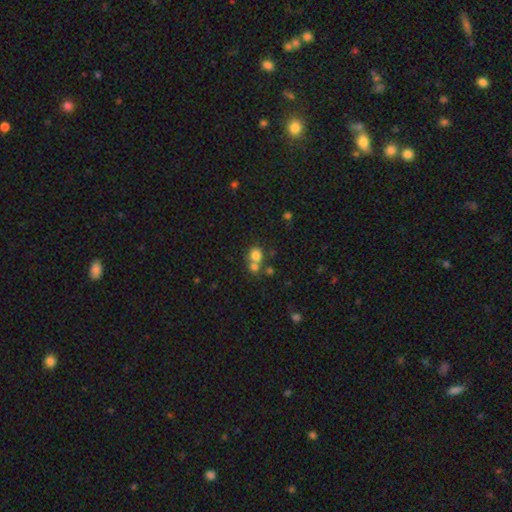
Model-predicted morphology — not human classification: A smooth galaxy with no disk features (76%) that is round (82%). Merging: none (45%, tied with merger).